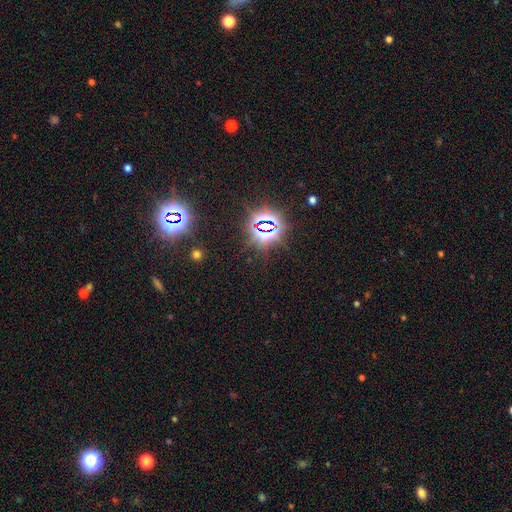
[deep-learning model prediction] Morphology: type=star or artifact (83%).